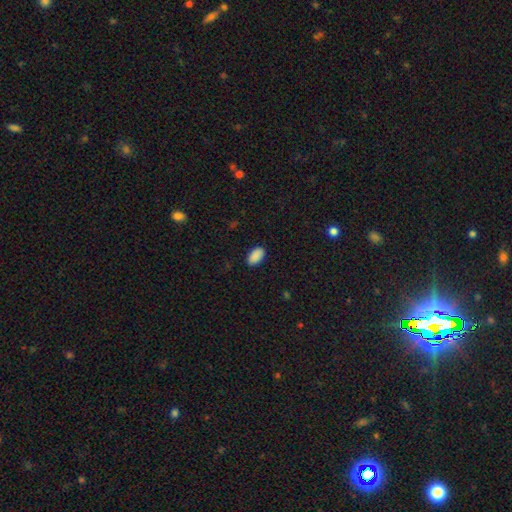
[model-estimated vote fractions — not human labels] Overall: smooth (90%). How rounded: in between (95%). Merging: none (88%).